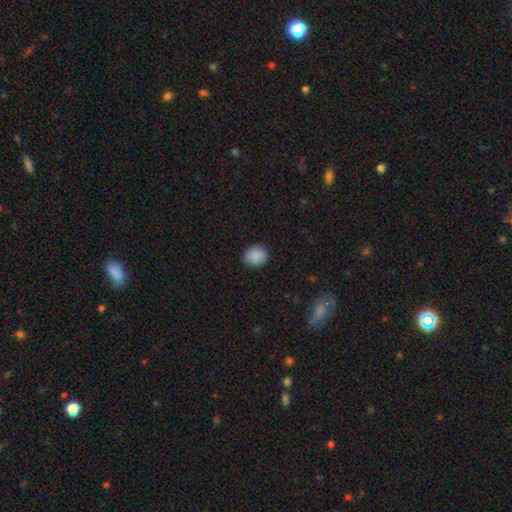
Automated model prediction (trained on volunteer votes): Q: Smooth or featured?
A: smooth (88%); runner-up: star or artifact (8%)
Q: How rounded?
A: round (78%); runner-up: in between (21%)
Q: Merging?
A: none (85%); runner-up: minor disturbance (12%)